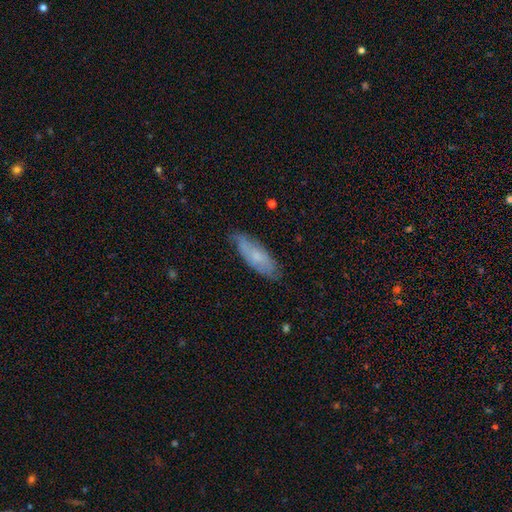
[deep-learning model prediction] This appears to be a smooth galaxy with no disk features (57%) that is in between round and cigar-shaped (60%). Merging: none (73%).